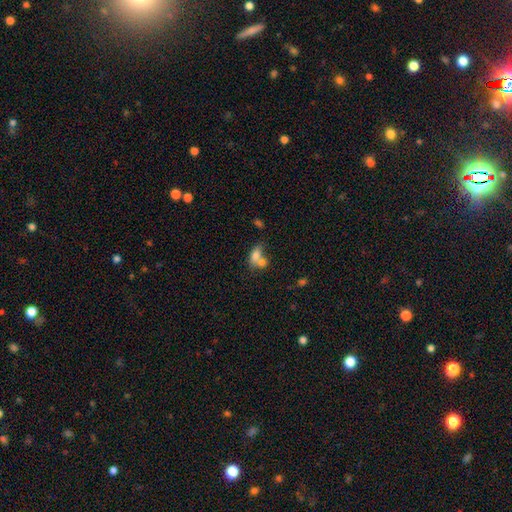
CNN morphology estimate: Smooth or featured: smooth — 74% (featured or disk — 16%)
How rounded: in between — 81% (round — 15%)
Merging: merger — 61% (none — 23%)